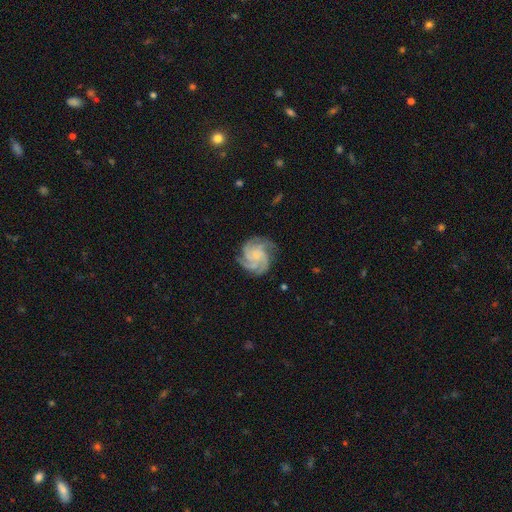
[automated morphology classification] Smooth or featured?
  - featured or disk: 87% *
  - smooth: 7%
  - star or artifact: 6%
Edge-on disk?
  - no: 98% *
  - yes: 2%
Bar?
  - no: 72% *
  - weak: 24%
  - strong: 4%
Spiral arms?
  - yes: 98% *
  - no: 2%
Spiral winding?
  - tight: 55% *
  - medium: 38%
  - loose: 6%
Spiral arm count?
  - 4: 43% *
  - 3: 26%
  - can't tell: 10%
  - more than 4: 9%
  - 2: 7%
  - 1: 6%
Bulge size?
  - small: 50% *
  - none: 26%
  - moderate: 20%
  - large: 3%
  - dominant: 1%
Merging?
  - none: 78% *
  - minor disturbance: 14%
  - major disturbance: 6%
  - merger: 1%